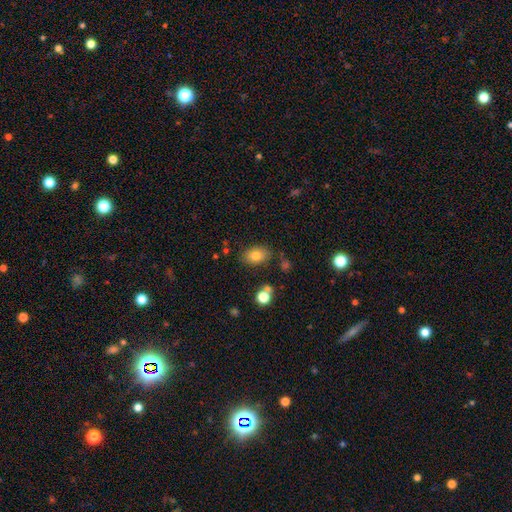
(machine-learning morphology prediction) Smooth or featured?
  - smooth: 80% *
  - featured or disk: 10%
  - star or artifact: 10%
How rounded?
  - in between: 81% *
  - round: 18%
  - cigar-shaped: 1%
Merging?
  - none: 80% *
  - minor disturbance: 13%
  - merger: 4%
  - major disturbance: 4%